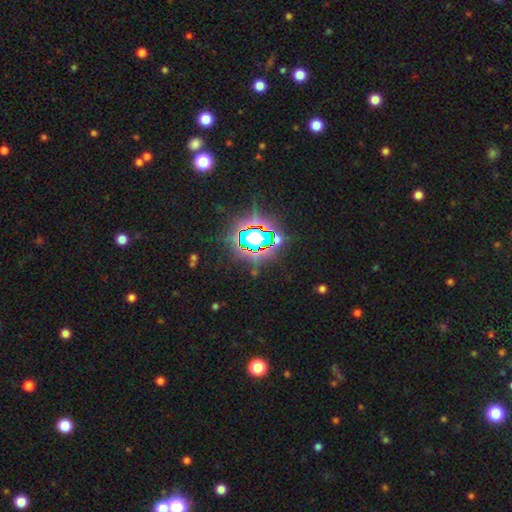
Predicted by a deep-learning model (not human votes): A star or artifact, not a galaxy (80%).

Vote fractions:
- Smooth or featured? star or artifact: 80% / smooth: 12% / featured or disk: 9%